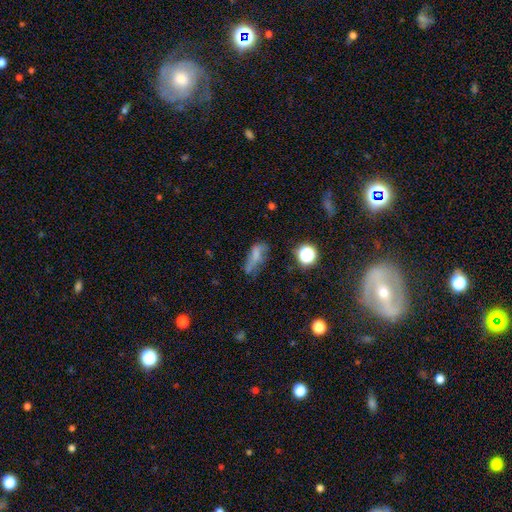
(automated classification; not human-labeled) smooth_or_featured: smooth (p=0.54) [alt: featured or disk p=0.27]
how_rounded: in between (p=0.67) [alt: cigar-shaped p=0.24]
merging: none (p=0.37) [alt: major disturbance p=0.28]